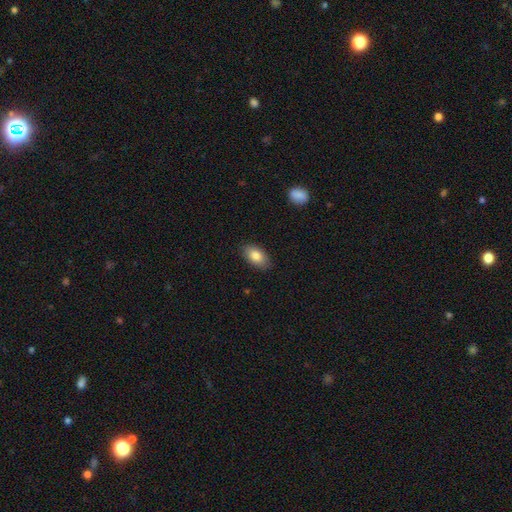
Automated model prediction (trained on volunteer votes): smooth_or_featured: smooth (p=0.83) [alt: featured or disk p=0.10]
how_rounded: in between (p=0.92) [alt: round p=0.05]
merging: none (p=0.87) [alt: minor disturbance p=0.10]